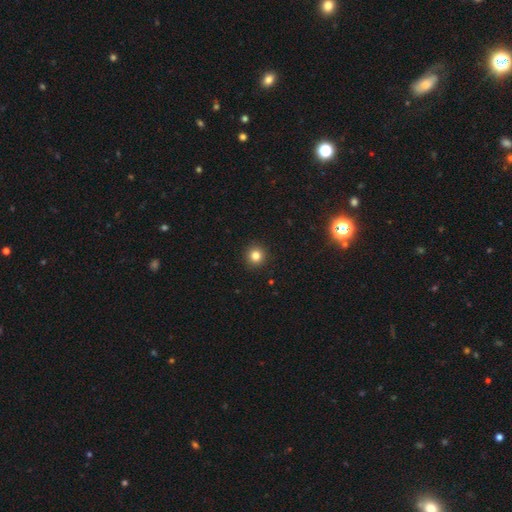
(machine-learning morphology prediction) smooth-or-featured: smooth: 82% | star or artifact: 13% | featured or disk: 6%
  how-rounded: round: 95% | in between: 4% | cigar-shaped: 1%
  merging: none: 93% | minor disturbance: 4% | major disturbance: 2% | merger: 1%